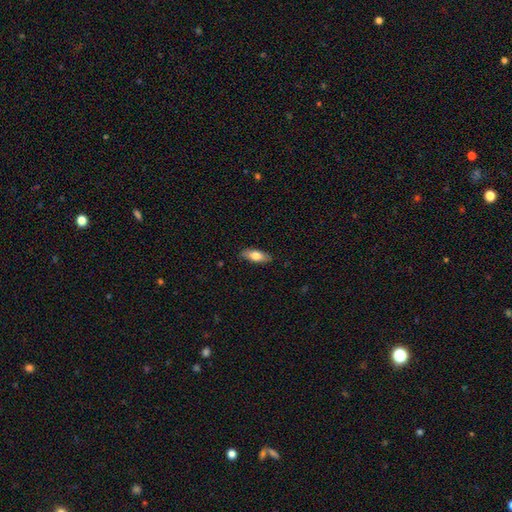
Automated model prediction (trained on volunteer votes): A smooth galaxy with no disk features (75%) that is in between round and cigar-shaped (76%). Merging: none (86%).